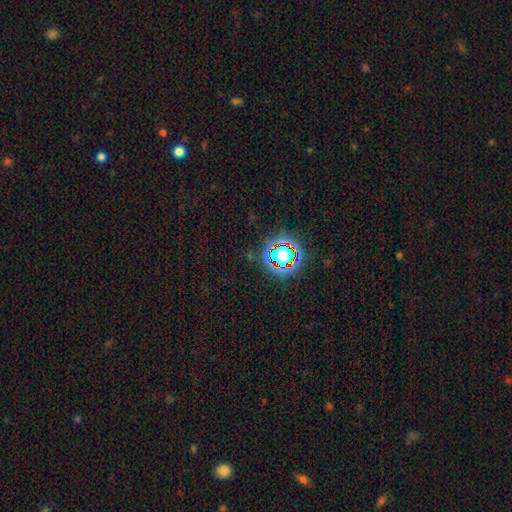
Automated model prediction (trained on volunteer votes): smooth-or-featured: star or artifact: 78% | smooth: 13% | featured or disk: 9%